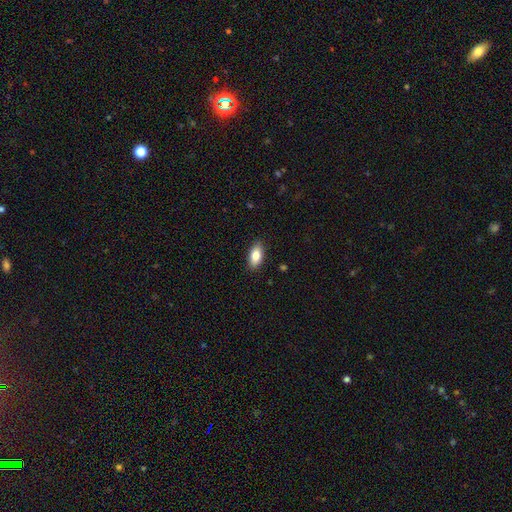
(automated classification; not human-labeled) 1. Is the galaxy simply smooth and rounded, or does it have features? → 82% smooth, 11% featured or disk, 7% star or artifact.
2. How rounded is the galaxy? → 89% in between, 8% cigar-shaped, 3% round.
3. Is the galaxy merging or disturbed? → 88% none, 9% minor disturbance, 2% major disturbance, 1% merger.